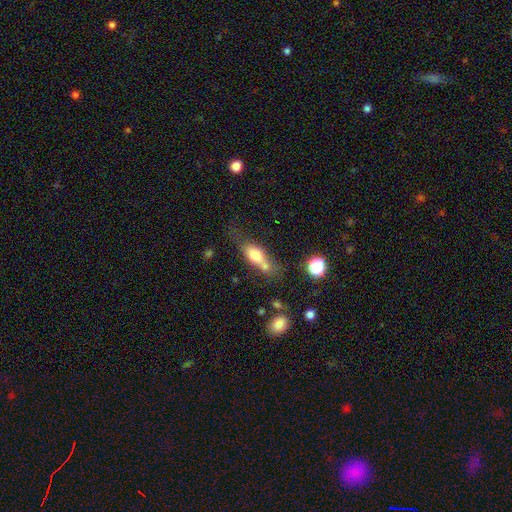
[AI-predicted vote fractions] This appears to be a smooth galaxy with no disk features (67%) that is in between round and cigar-shaped (72%). Merging: merger (35%).